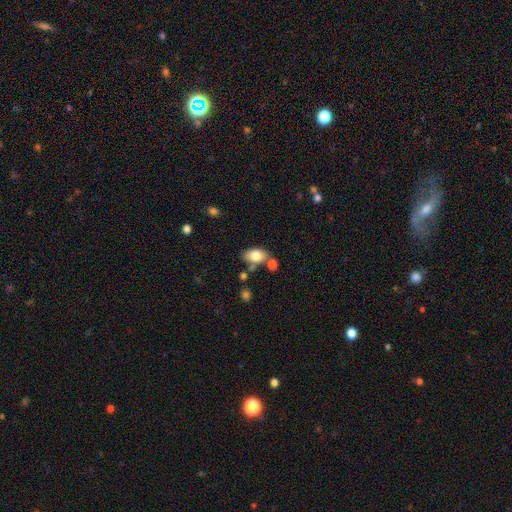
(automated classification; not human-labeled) Smooth or featured? smooth (79%)
How rounded? in between (90%)
Merging? none (66%)